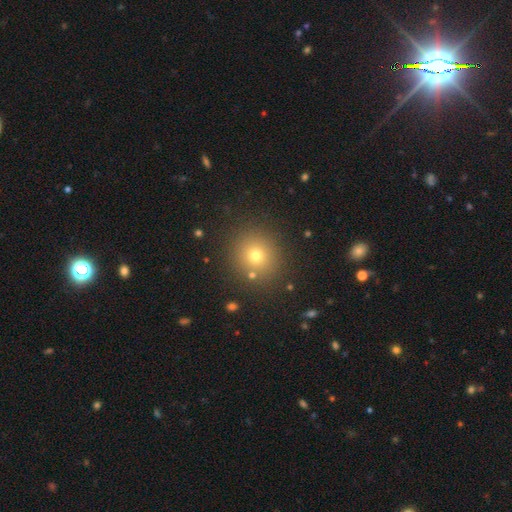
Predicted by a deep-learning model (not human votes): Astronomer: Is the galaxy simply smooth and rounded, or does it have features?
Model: smooth — 69%.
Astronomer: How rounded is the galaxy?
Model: round — 89%.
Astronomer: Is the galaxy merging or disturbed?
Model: none — 86%.